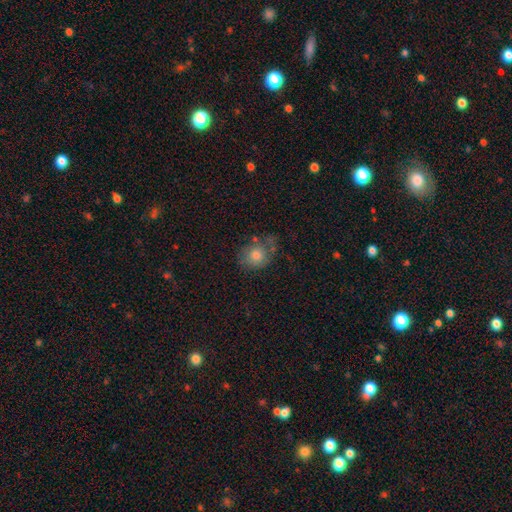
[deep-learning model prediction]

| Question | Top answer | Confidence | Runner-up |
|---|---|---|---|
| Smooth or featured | smooth | 72% | featured or disk (17%) |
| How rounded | round | 67% | in between (32%) |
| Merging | none | 54% | minor disturbance (25%) |